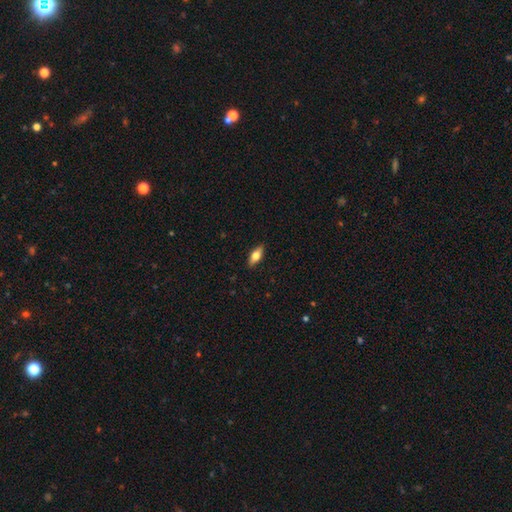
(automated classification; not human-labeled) Q: Smooth or featured?
A: smooth (60%); runner-up: featured or disk (33%)
Q: How rounded?
A: in between (74%); runner-up: cigar-shaped (23%)
Q: Merging?
A: none (88%); runner-up: minor disturbance (9%)